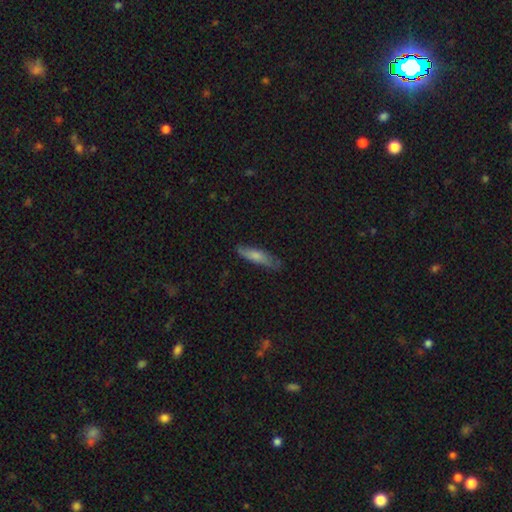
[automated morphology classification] Smooth or featured: smooth — 69% (featured or disk — 25%)
How rounded: cigar-shaped — 71% (in between — 27%)
Merging: none — 71% (minor disturbance — 23%)